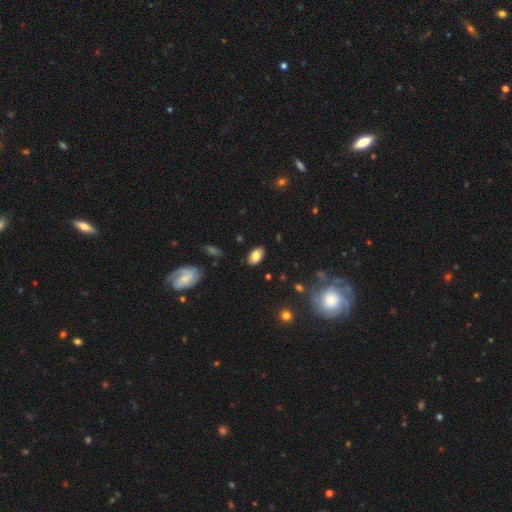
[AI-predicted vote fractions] A smooth galaxy with no disk features (80%) that is in between round and cigar-shaped (92%).

Vote fractions:
- Smooth or featured? smooth: 80% / featured or disk: 12% / star or artifact: 8%
- How rounded? in between: 92% / round: 7% / cigar-shaped: 2%
- Merging? none: 85% / minor disturbance: 11% / major disturbance: 2% / merger: 1%